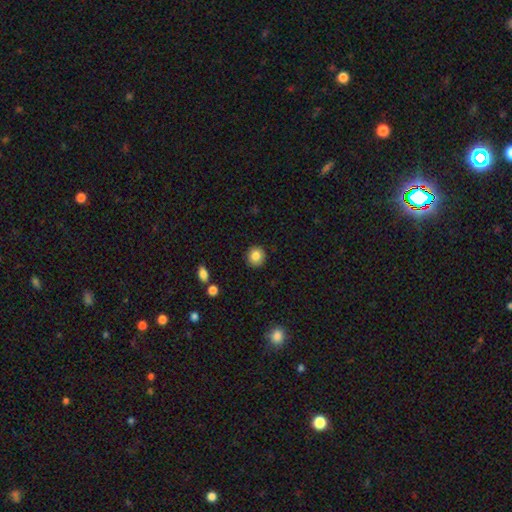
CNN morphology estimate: Q: Smooth or featured?
A: smooth (84%); runner-up: star or artifact (9%)
Q: How rounded?
A: round (90%); runner-up: in between (9%)
Q: Merging?
A: none (90%); runner-up: minor disturbance (7%)